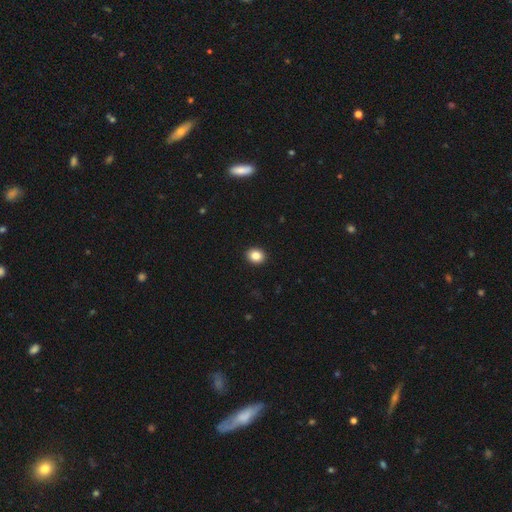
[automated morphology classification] Smooth or featured? Predicted: smooth (p=0.86). How rounded? Predicted: round (p=0.64). Merging? Predicted: none (p=0.92).